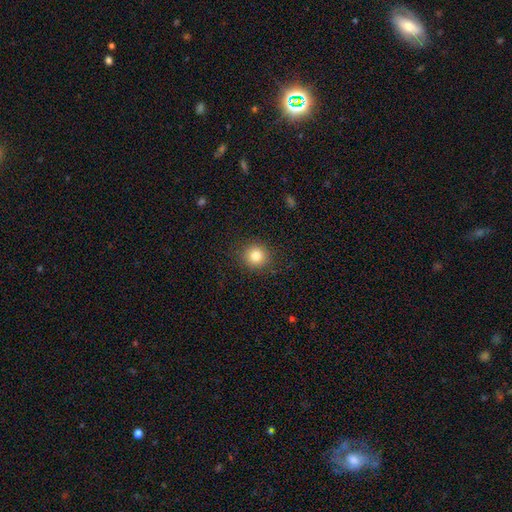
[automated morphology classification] Overall: smooth (82%). How rounded: round (92%). Merging: none (89%).